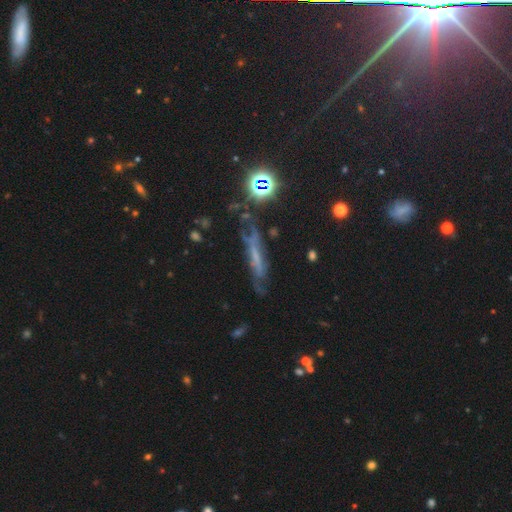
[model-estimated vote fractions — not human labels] smooth_or_featured: featured or disk (p=0.51) [alt: smooth p=0.26]
disk_edge_on: yes (p=0.51) [alt: no p=0.49]
merging: none (p=0.58) [alt: minor disturbance p=0.23]